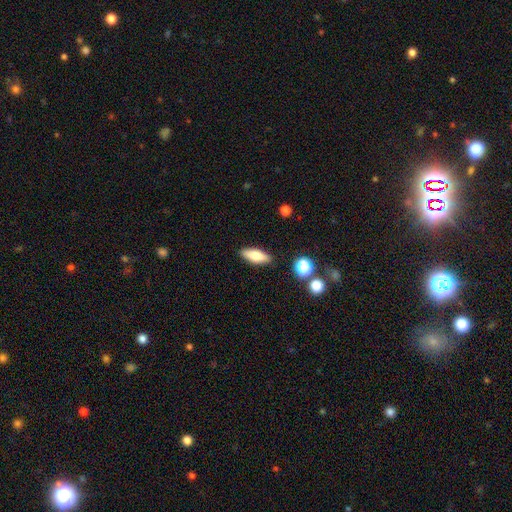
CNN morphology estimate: A smooth galaxy with no disk features (68%) that is in between round and cigar-shaped (64%). Merging: none (87%).